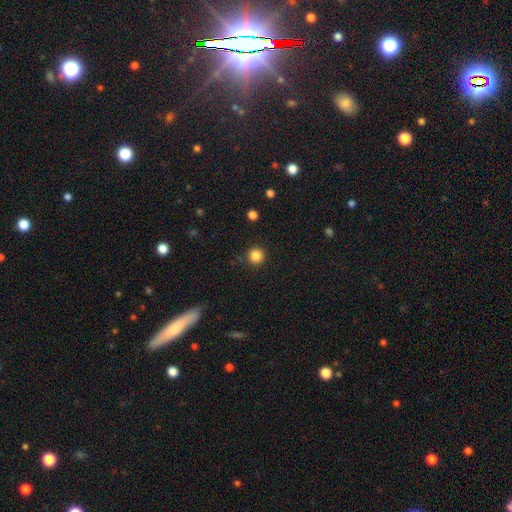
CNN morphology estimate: Smooth or featured?
  - smooth: 84% *
  - star or artifact: 12%
  - featured or disk: 4%
How rounded?
  - round: 95% *
  - in between: 4%
  - cigar-shaped: 1%
Merging?
  - none: 91% *
  - minor disturbance: 6%
  - major disturbance: 2%
  - merger: 1%